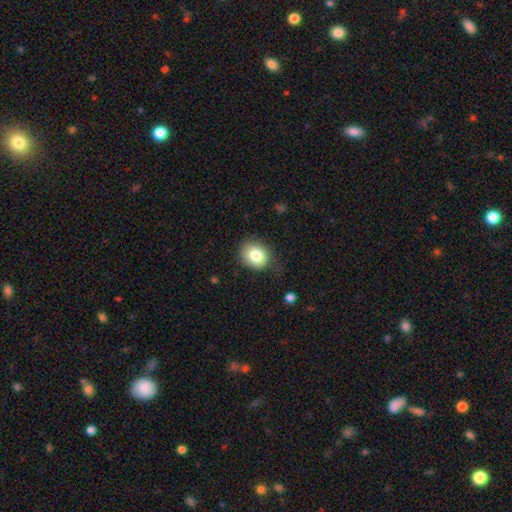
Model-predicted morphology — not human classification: Smooth or featured? Predicted: smooth (p=0.81). How rounded? Predicted: round (p=0.61). Merging? Predicted: none (p=0.74).